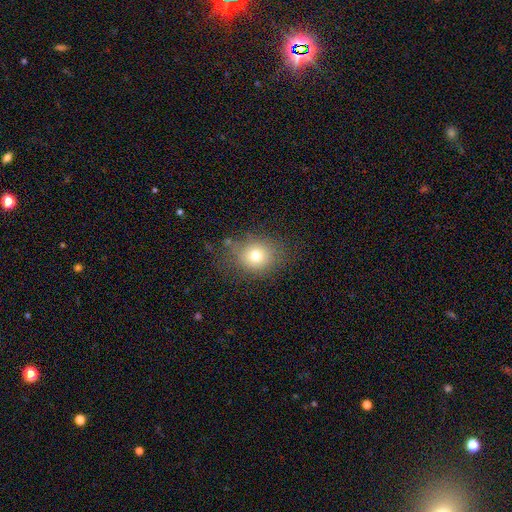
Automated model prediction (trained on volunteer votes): Q: Smooth or featured?
A: smooth (73%); runner-up: star or artifact (15%)
Q: How rounded?
A: round (70%); runner-up: in between (29%)
Q: Merging?
A: none (73%); runner-up: minor disturbance (17%)